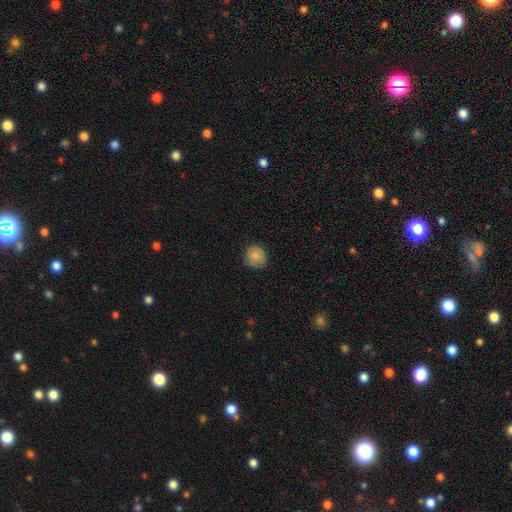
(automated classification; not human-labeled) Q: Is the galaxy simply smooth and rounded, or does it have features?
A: smooth — 83%.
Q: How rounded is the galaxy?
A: round — 86%.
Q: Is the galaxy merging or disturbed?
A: none — 83%.